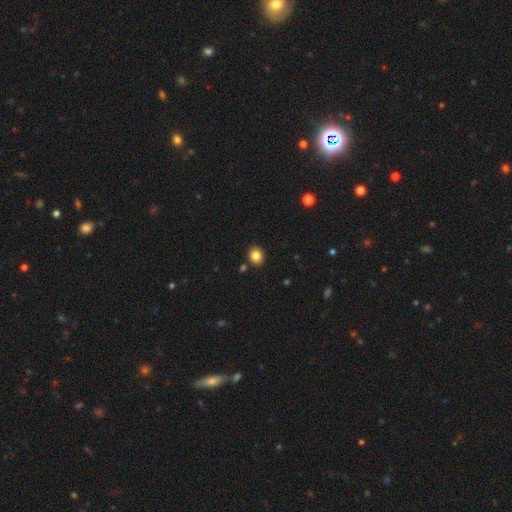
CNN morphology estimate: The model was most divided on "how rounded": round: 68%, in between: 31%, cigar-shaped: 1%. More confident: merging — none (88%); smooth or featured — smooth (84%).